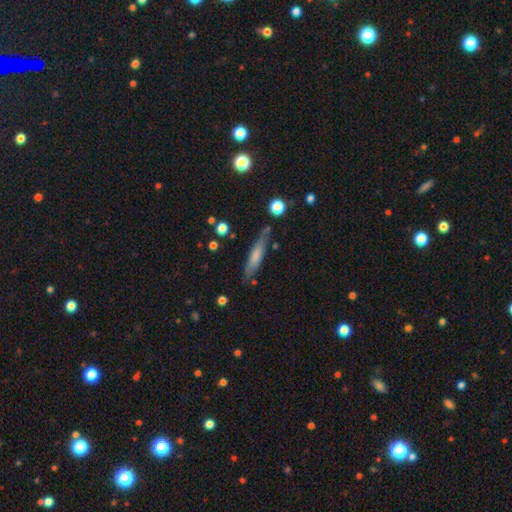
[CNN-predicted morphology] Overall: smooth (63%; featured or disk 30%). How rounded: cigar-shaped (83%). Merging: none (74%).